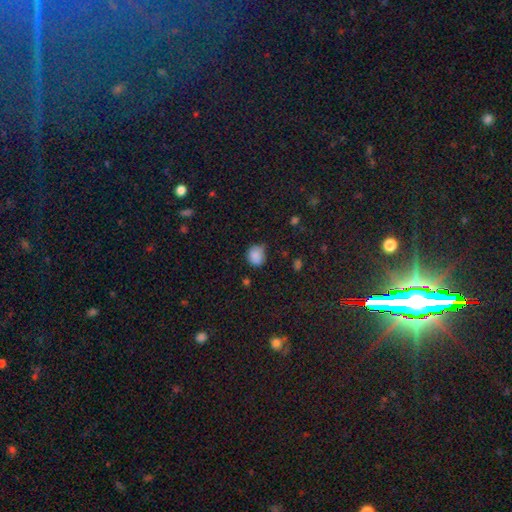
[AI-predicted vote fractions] smooth-or-featured: smooth: 85% | star or artifact: 10% | featured or disk: 5%
  how-rounded: round: 68% | in between: 31% | cigar-shaped: 1%
  merging: none: 57% | minor disturbance: 34% | major disturbance: 7% | merger: 3%